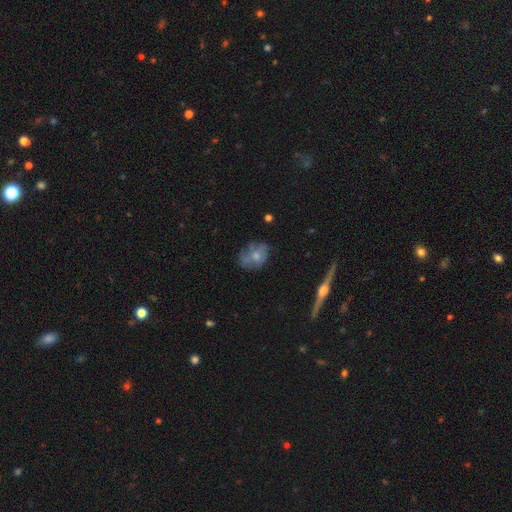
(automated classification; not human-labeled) smooth-or-featured: featured or disk: 51% | smooth: 39% | star or artifact: 10%
  disk-edge-on: no: 96% | yes: 4%
  merging: none: 52% | minor disturbance: 25% | major disturbance: 19% | merger: 3%